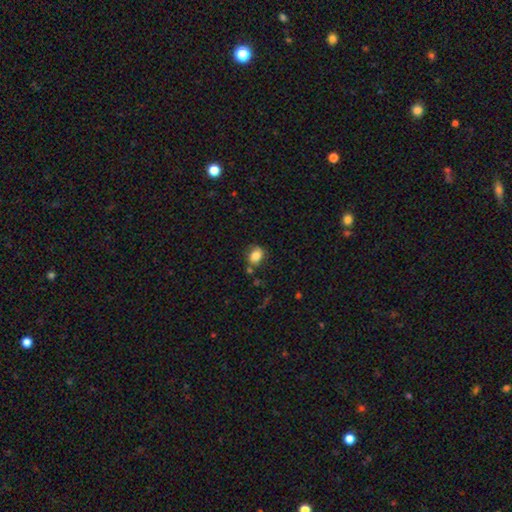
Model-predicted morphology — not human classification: This is clearly a smooth galaxy (82%). How rounded: possibly in between (55%). Merging: likely none (66%).